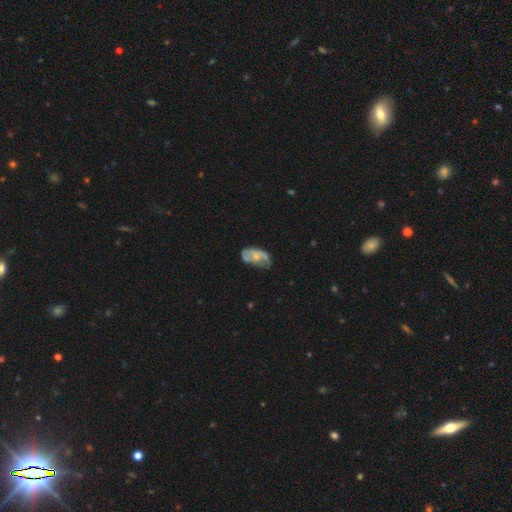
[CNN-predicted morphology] smooth-or-featured: featured or disk: 54% | smooth: 38% | star or artifact: 7%
  disk-edge-on: no: 95% | yes: 5%
    bar: no: 76% | weak: 21% | strong: 4%
    has-spiral-arms: yes: 58% | no: 42%
    bulge-size: small: 47% | moderate: 32% | none: 17% | large: 3% | dominant: 1%
  merging: none: 42% | minor disturbance: 33% | major disturbance: 21% | merger: 5%